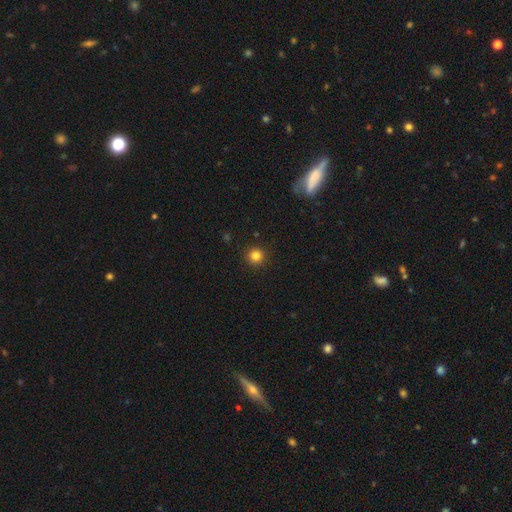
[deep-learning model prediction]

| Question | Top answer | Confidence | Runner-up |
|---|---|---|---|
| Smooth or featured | smooth | 83% | star or artifact (13%) |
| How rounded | round | 96% | in between (3%) |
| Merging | none | 92% | minor disturbance (5%) |